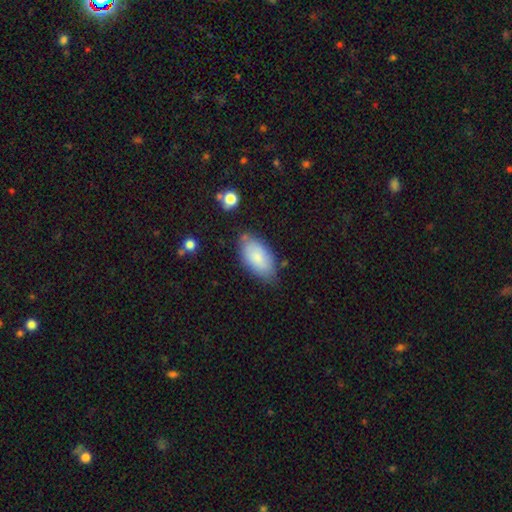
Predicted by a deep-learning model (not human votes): smooth_or_featured: smooth (p=0.82) [alt: featured or disk p=0.12]
how_rounded: in between (p=0.93) [alt: cigar-shaped p=0.04]
merging: none (p=0.71) [alt: minor disturbance p=0.21]